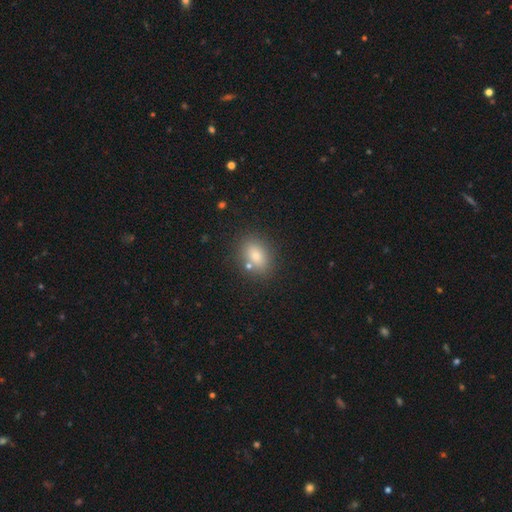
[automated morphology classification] This is clearly a smooth galaxy (80%). How rounded: likely in between (75%). Merging: likely none (76%).